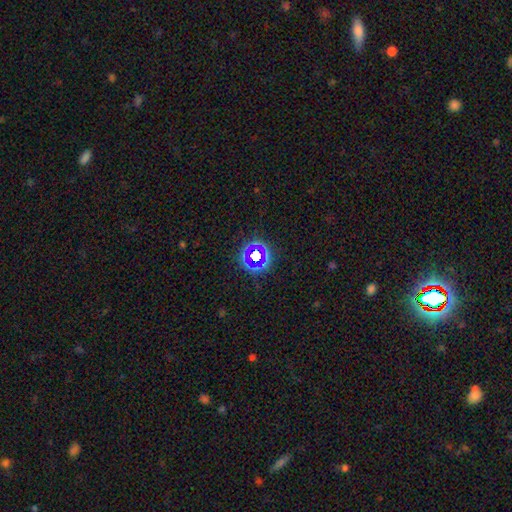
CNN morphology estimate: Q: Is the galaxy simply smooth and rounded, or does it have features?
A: star or artifact — 57%.